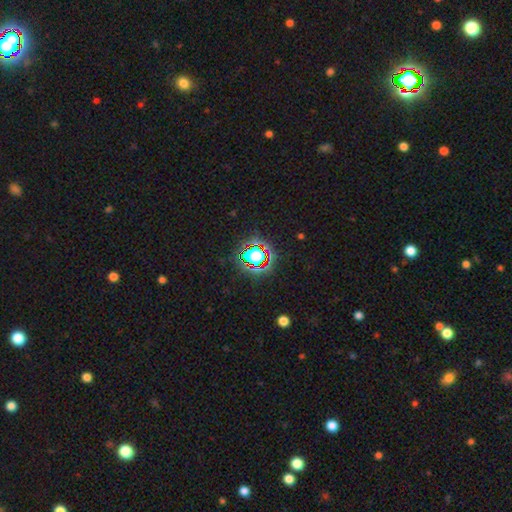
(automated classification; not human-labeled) Overall: star or artifact (64%).